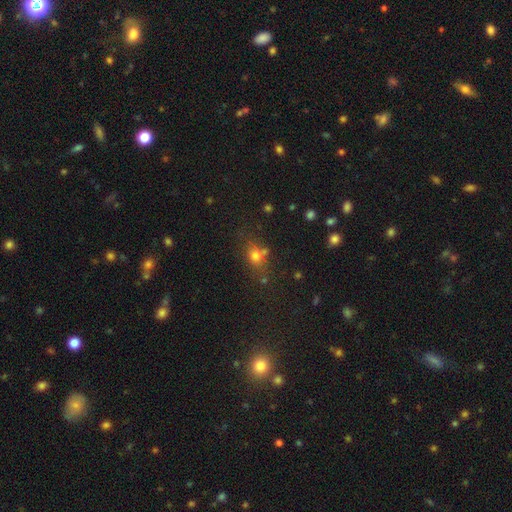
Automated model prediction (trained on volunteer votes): A smooth galaxy with no disk features (71%) that is round (54%).

Vote fractions:
- Smooth or featured? smooth: 71% / star or artifact: 18% / featured or disk: 11%
- How rounded? round: 54% / in between: 43% / cigar-shaped: 3%
- Merging? none: 61% / minor disturbance: 17% / merger: 14% / major disturbance: 7%